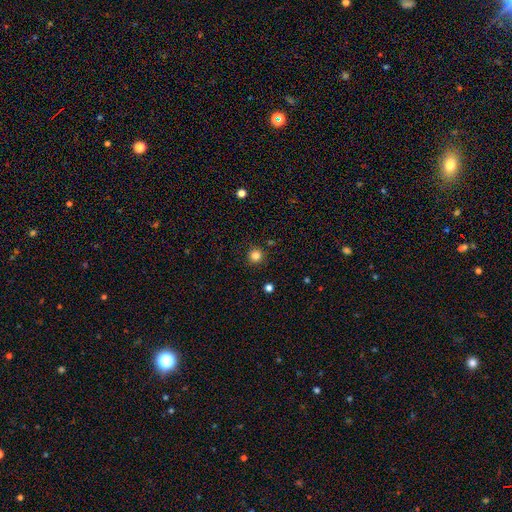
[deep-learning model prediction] The model was most divided on "smooth or featured": smooth: 83%, star or artifact: 13%, featured or disk: 4%. More confident: how rounded — round (95%); merging — none (91%).